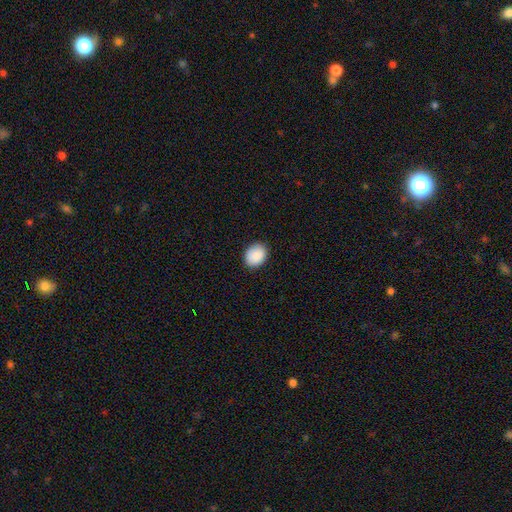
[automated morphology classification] This appears to be a smooth galaxy with no disk features (90%) that is in between round and cigar-shaped (51%). Merging: none (88%).